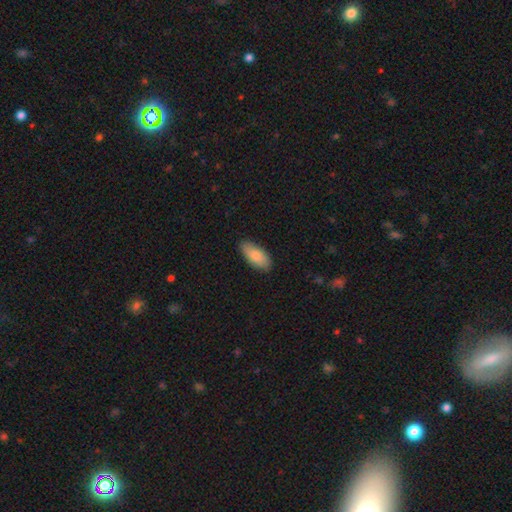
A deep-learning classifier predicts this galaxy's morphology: Smooth or featured: smooth — 85% (featured or disk — 9%)
How rounded: in between — 89% (cigar-shaped — 9%)
Merging: none — 86% (minor disturbance — 11%)